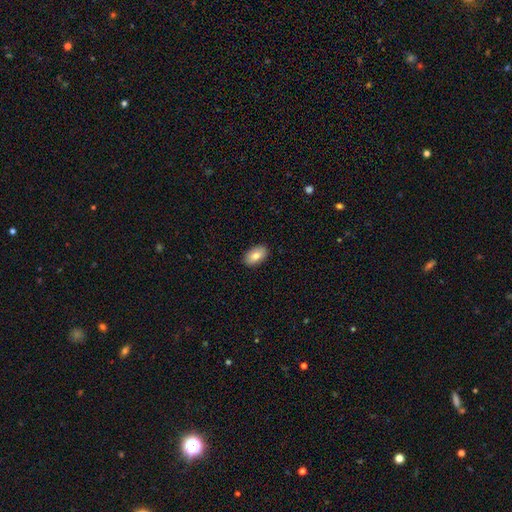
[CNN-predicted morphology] smooth-or-featured: smooth: 79% | featured or disk: 15% | star or artifact: 7%
  how-rounded: in between: 93% | round: 5% | cigar-shaped: 2%
  merging: none: 90% | minor disturbance: 8% | major disturbance: 2% | merger: 1%